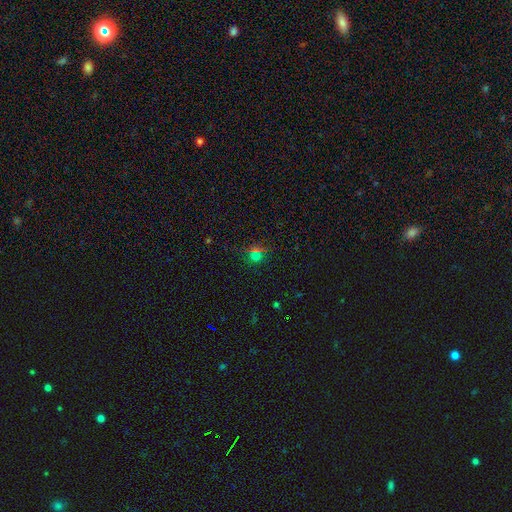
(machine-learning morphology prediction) A smooth galaxy with no disk features (48%). Merging: none (72%).